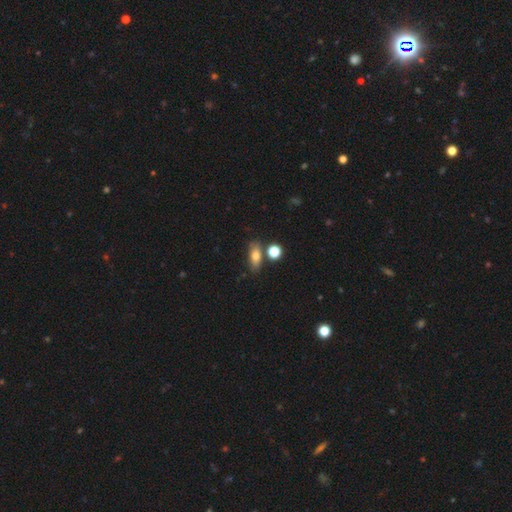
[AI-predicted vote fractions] smooth 74%, featured or disk 16%, star or artifact 11%. Down the decision tree: how rounded — in between (71%); merging — none (71%).